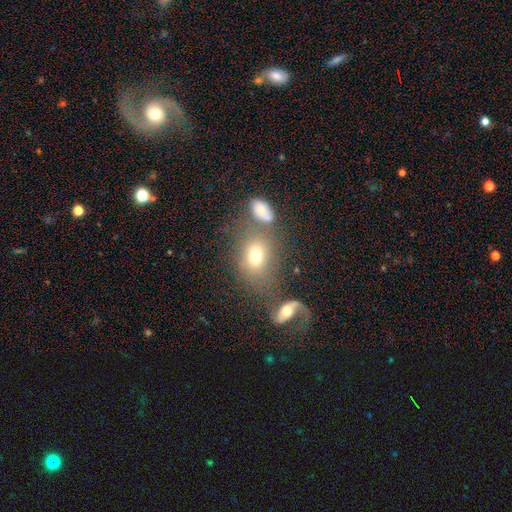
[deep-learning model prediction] Smooth or featured? smooth (65%)
How rounded? in between (60%)
Merging? none (50%)